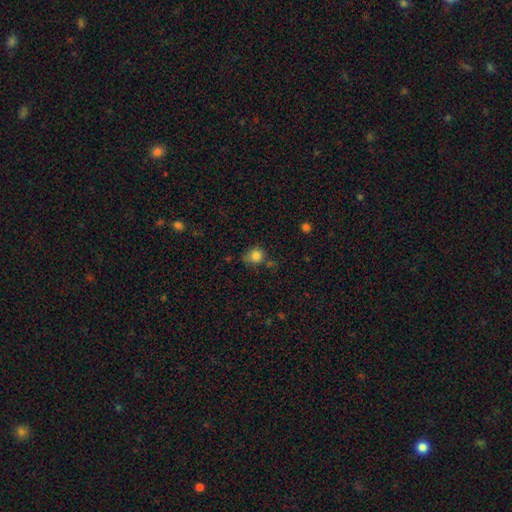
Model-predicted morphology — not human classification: The model was most divided on "merging": none: 61%, minor disturbance: 26%, major disturbance: 7%, merger: 6%. More confident: smooth or featured — smooth (83%); how rounded — round (72%).